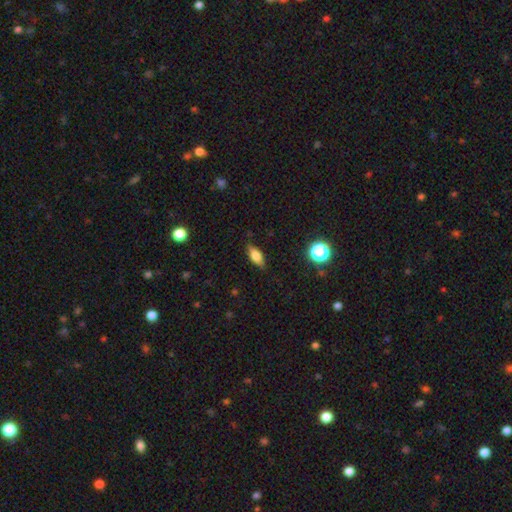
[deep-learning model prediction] A smooth galaxy with no disk features (69%) that is in between round and cigar-shaped (77%). Merging: none (82%).